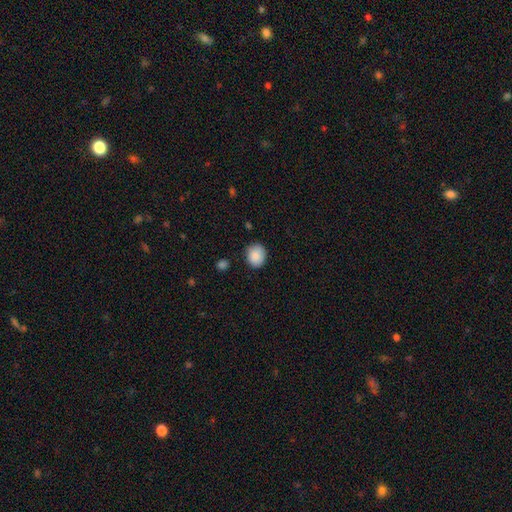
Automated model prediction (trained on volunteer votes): Smooth or featured? smooth (89%)
How rounded? round (69%)
Merging? none (84%)